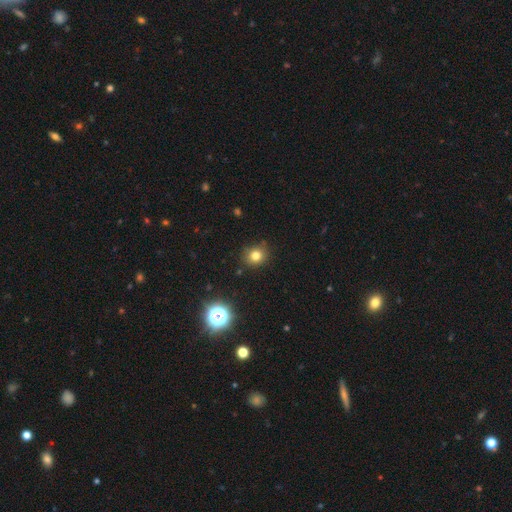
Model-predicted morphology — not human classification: This is likely a smooth galaxy (78%). How rounded: likely round (77%). Merging: clearly none (85%).